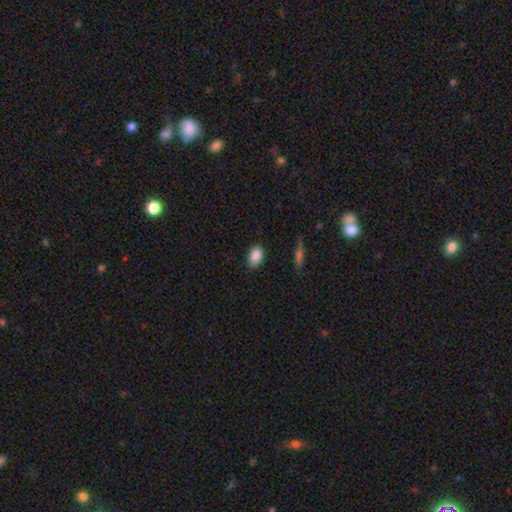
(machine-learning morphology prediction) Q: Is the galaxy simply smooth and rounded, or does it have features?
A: smooth — 87%.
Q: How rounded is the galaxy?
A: in between — 89%.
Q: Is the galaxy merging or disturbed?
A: none — 83%.